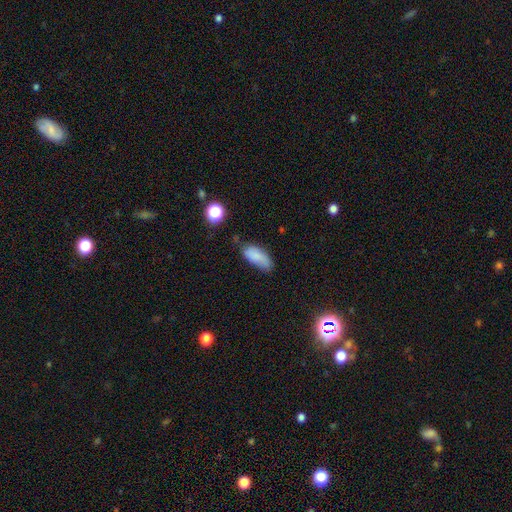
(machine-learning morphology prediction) This is clearly a smooth galaxy (82%). How rounded: clearly in between (83%). Merging: possibly none (58%).